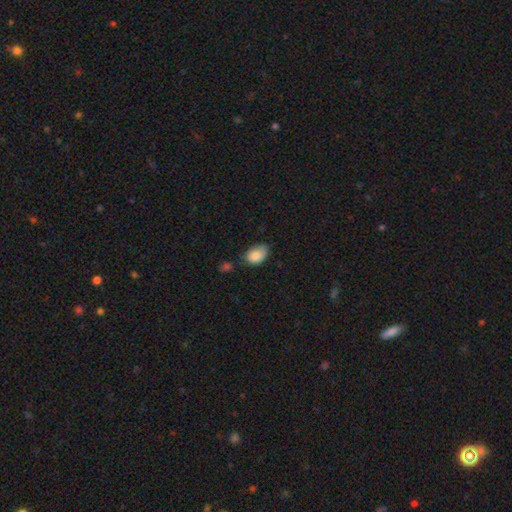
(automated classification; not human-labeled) smooth_or_featured: smooth (p=0.85) [alt: star or artifact p=0.08]
how_rounded: in between (p=0.84) [alt: round p=0.15]
merging: none (p=0.49) [alt: minor disturbance p=0.38]